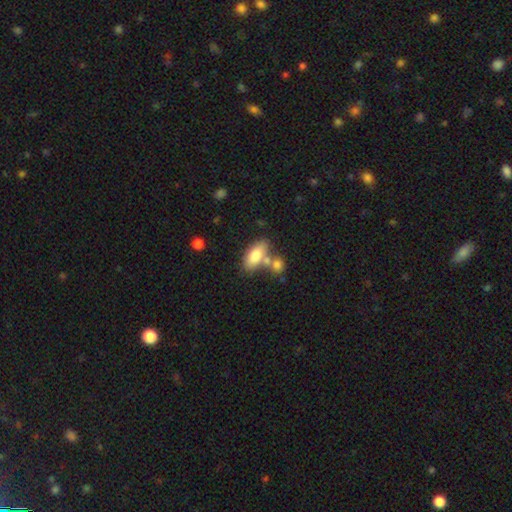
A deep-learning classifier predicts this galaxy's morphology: The model was most divided on "merging": none: 52%, merger: 30%, minor disturbance: 14%, major disturbance: 5%. More confident: how rounded — in between (84%); smooth or featured — smooth (77%).